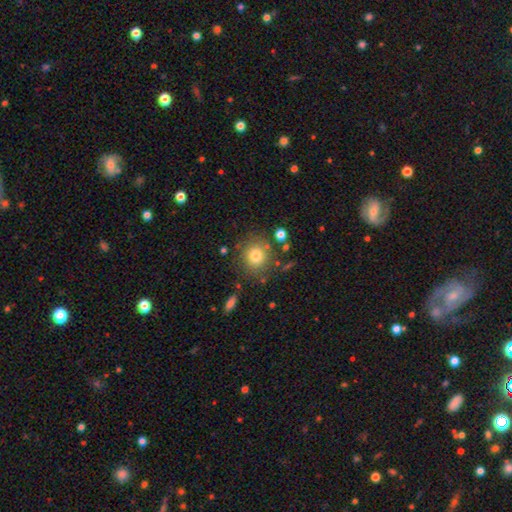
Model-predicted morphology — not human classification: smooth-or-featured: smooth: 78% | star or artifact: 11% | featured or disk: 10%
  how-rounded: round: 85% | in between: 14% | cigar-shaped: 1%
  merging: none: 80% | minor disturbance: 11% | merger: 5% | major disturbance: 5%